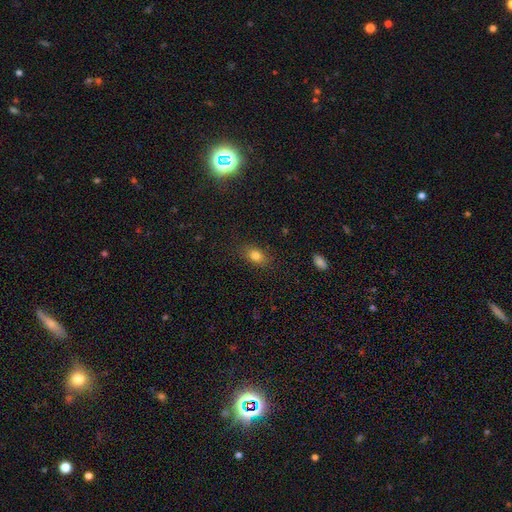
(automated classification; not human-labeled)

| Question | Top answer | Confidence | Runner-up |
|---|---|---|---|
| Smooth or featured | smooth | 80% | star or artifact (12%) |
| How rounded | in between | 72% | round (26%) |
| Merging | none | 84% | minor disturbance (12%) |